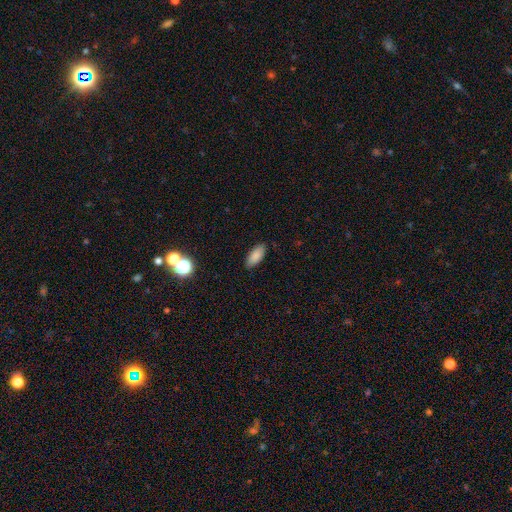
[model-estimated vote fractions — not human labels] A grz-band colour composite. It shows a smooth galaxy with no disk features (87%) that is in between round and cigar-shaped (87%). Merging: none (87%).